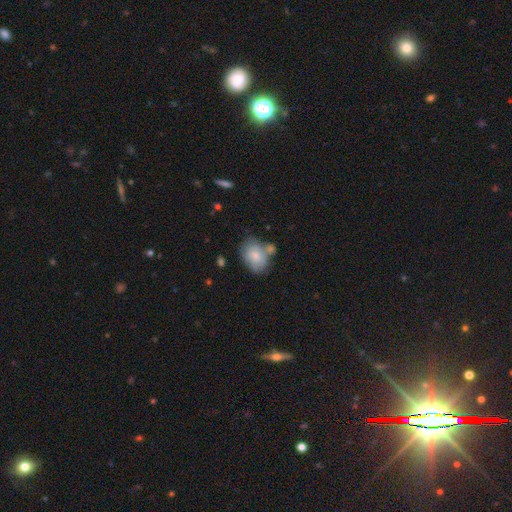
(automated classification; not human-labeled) smooth-or-featured: smooth: 75% | featured or disk: 18% | star or artifact: 7%
  how-rounded: in between: 70% | round: 29% | cigar-shaped: 1%
  merging: none: 47% | minor disturbance: 23% | merger: 21% | major disturbance: 8%